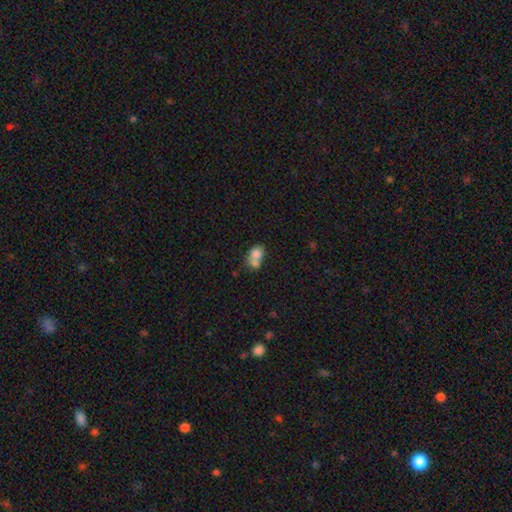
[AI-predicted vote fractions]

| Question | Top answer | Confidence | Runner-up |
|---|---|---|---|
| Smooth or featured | smooth | 75% | featured or disk (15%) |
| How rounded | in between | 51% | round (47%) |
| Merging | merger | 64% | none (23%) |